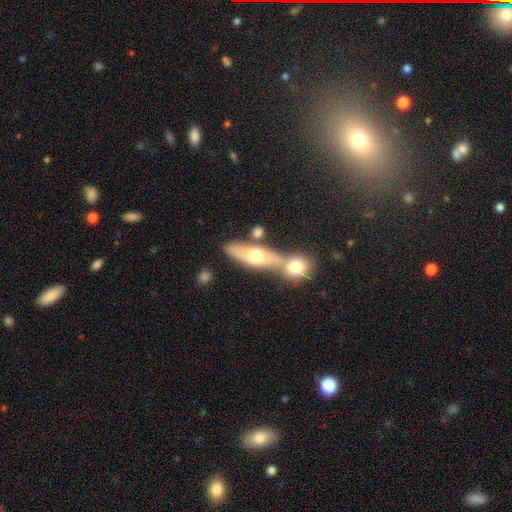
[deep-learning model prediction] smooth-or-featured: smooth: 50% | featured or disk: 43% | star or artifact: 7%
  merging: none: 44% | merger: 42% | minor disturbance: 10% | major disturbance: 4%